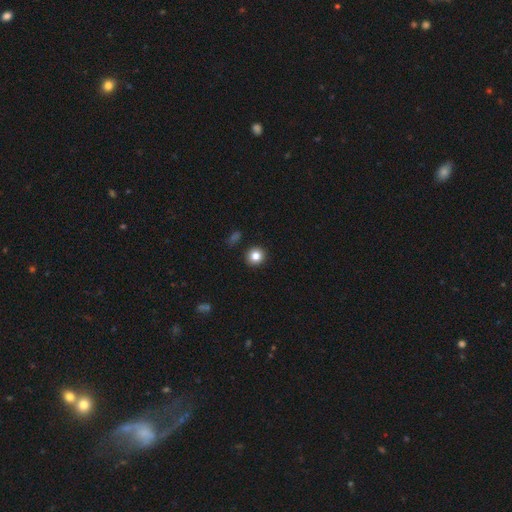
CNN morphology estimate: This is clearly a smooth galaxy (84%). How rounded: clearly round (89%). Merging: clearly none (91%).